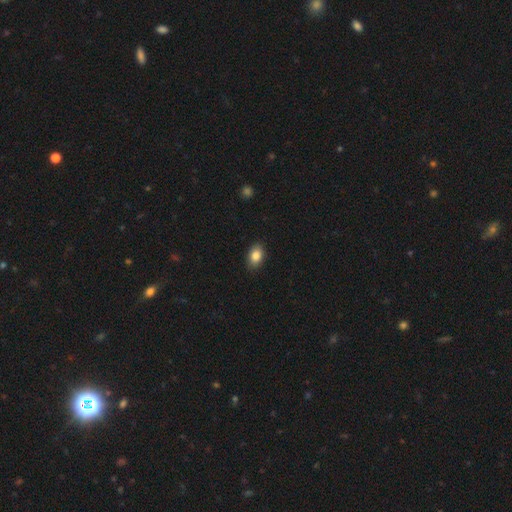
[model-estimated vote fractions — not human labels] Overall: smooth (85%). How rounded: in between (85%). Merging: none (87%).